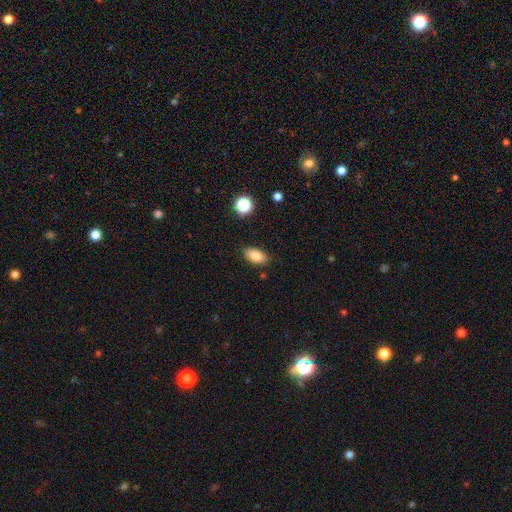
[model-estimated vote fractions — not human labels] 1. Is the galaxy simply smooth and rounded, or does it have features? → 86% smooth, 9% star or artifact, 5% featured or disk.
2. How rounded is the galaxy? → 90% in between, 5% cigar-shaped, 4% round.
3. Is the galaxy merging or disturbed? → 84% none, 12% minor disturbance, 3% major disturbance, 2% merger.